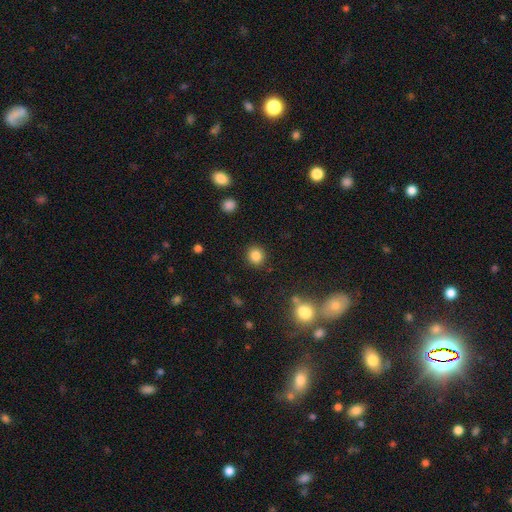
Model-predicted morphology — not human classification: Smooth or featured: smooth — 84% (star or artifact — 11%)
How rounded: round — 85% (in between — 14%)
Merging: none — 90% (minor disturbance — 6%)